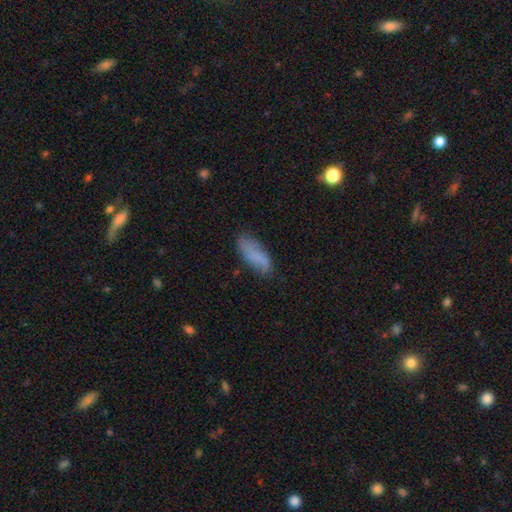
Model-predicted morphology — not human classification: A smooth galaxy with no disk features (66%) that is in between round and cigar-shaped (71%). Merging: none (66%).